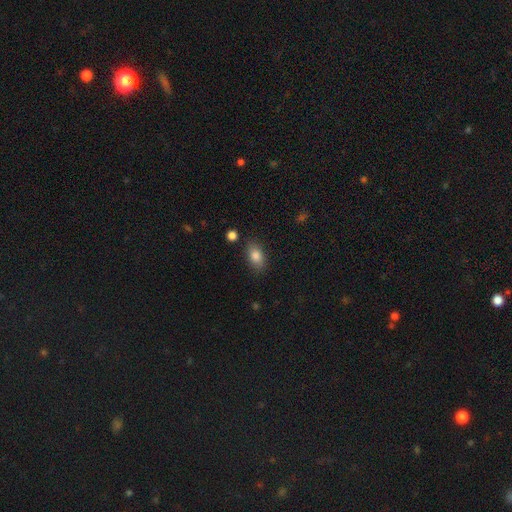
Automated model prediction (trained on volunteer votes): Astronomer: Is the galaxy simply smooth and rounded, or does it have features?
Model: smooth — 83%.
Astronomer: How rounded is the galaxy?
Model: in between — 87%.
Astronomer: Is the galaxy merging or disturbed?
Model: none — 84%.